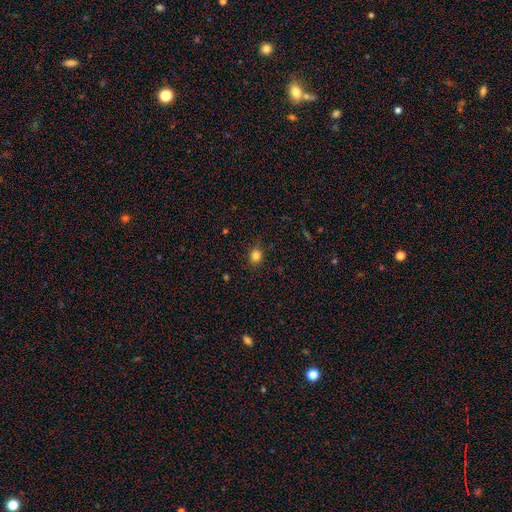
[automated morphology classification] Smooth or featured?
  - smooth: 82% *
  - star or artifact: 13%
  - featured or disk: 5%
How rounded?
  - round: 76% *
  - in between: 23%
  - cigar-shaped: 1%
Merging?
  - none: 83% *
  - minor disturbance: 13%
  - major disturbance: 3%
  - merger: 1%